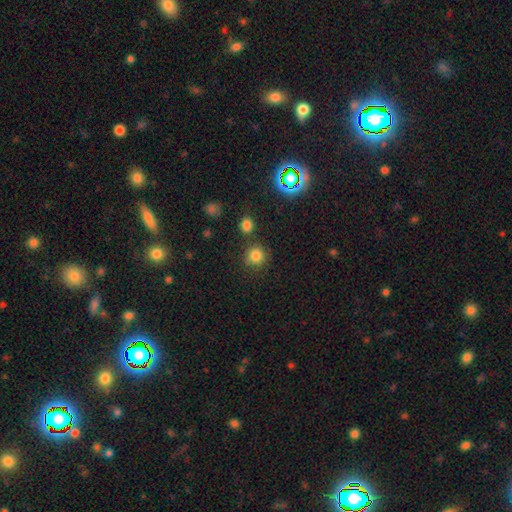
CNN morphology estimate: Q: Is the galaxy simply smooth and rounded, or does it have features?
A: smooth — 80%.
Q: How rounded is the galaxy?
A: round — 92%.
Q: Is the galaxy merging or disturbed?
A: none — 77%.